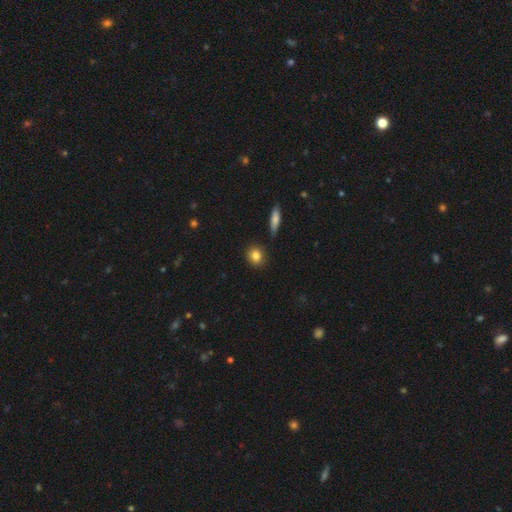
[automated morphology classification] Smooth or featured: smooth — 84% (star or artifact — 9%)
How rounded: round — 68% (in between — 30%)
Merging: none — 86% (minor disturbance — 9%)